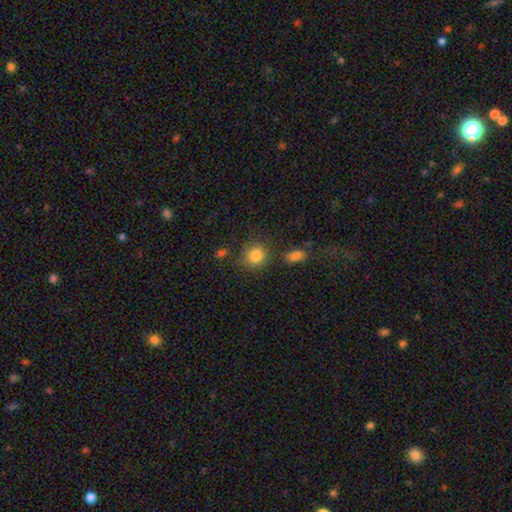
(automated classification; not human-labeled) Morphology: type=smooth (84%); roundness=round (81%); merging=none (76%).